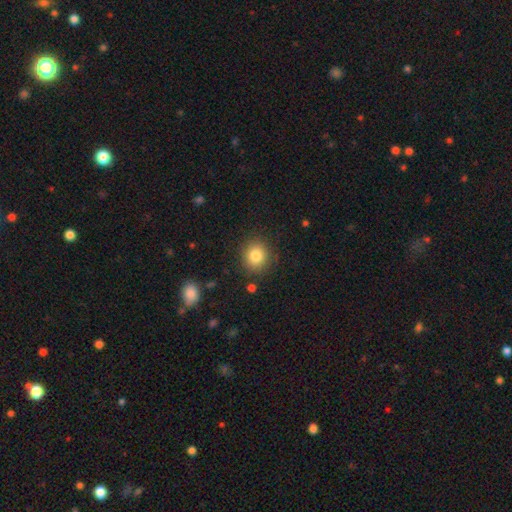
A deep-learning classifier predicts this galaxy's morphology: smooth 83%, star or artifact 10%, featured or disk 7%. Down the decision tree: how rounded — round (84%); merging — none (87%).